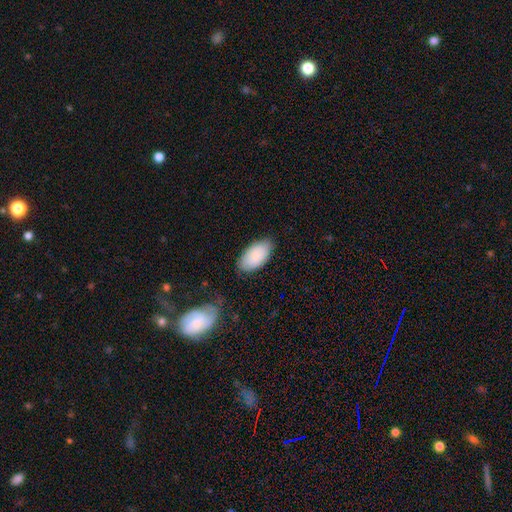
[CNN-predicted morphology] A smooth galaxy with no disk features (87%) that is in between round and cigar-shaped (95%).

Vote fractions:
- Smooth or featured? smooth: 87% / featured or disk: 7% / star or artifact: 6%
- How rounded? in between: 95% / round: 2% / cigar-shaped: 2%
- Merging? none: 80% / minor disturbance: 15% / major disturbance: 3% / merger: 1%